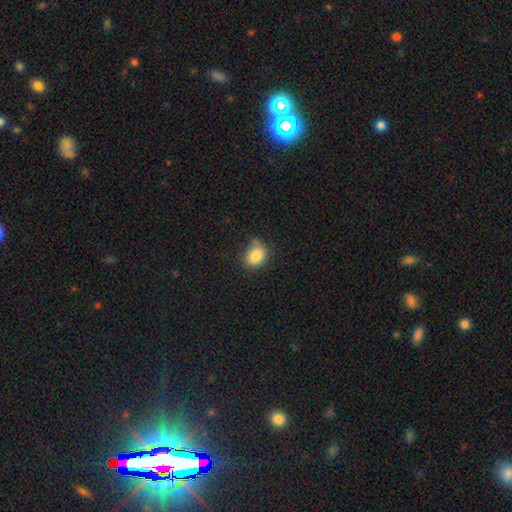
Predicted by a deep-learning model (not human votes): A smooth galaxy with no disk features (85%) that is in between round and cigar-shaped (66%). Merging: none (66%).